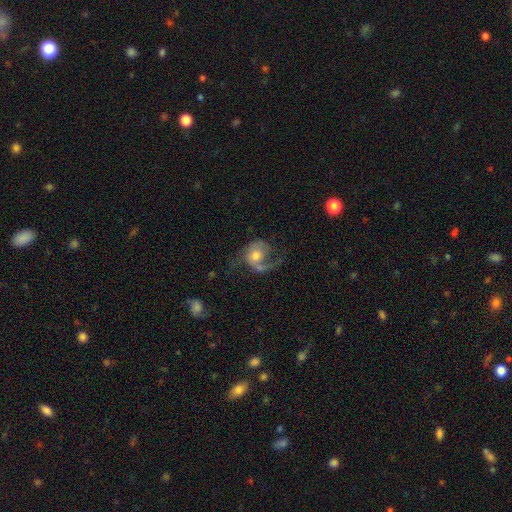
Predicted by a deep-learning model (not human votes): featured or disk 72%, smooth 20%, star or artifact 7%. Down the decision tree: edge-on disk — no (97%); bar — no (69%); spiral arms — yes (90%); spiral arm count — 2 (50%); spiral winding — loose (47%); bulge size — moderate (62%); merging — none (40%).